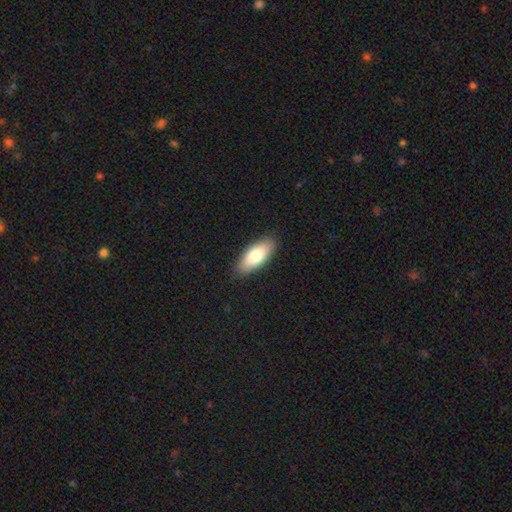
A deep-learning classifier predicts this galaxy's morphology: A smooth galaxy with no disk features (80%) that is in between round and cigar-shaped (80%).

Vote fractions:
- Smooth or featured? smooth: 80% / featured or disk: 14% / star or artifact: 6%
- How rounded? in between: 80% / cigar-shaped: 18% / round: 2%
- Merging? none: 89% / minor disturbance: 9% / major disturbance: 2% / merger: 1%